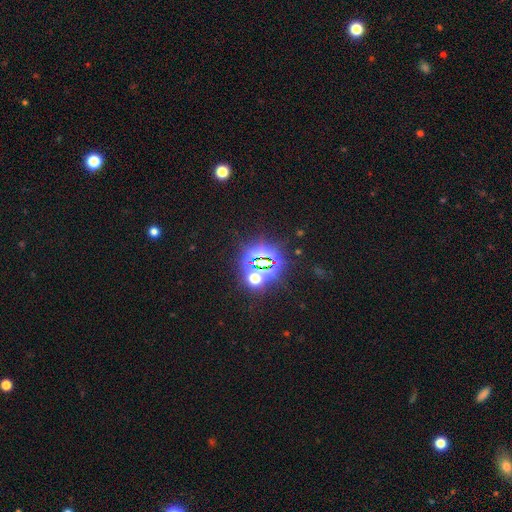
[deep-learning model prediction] Morphology: type=star or artifact (79%).